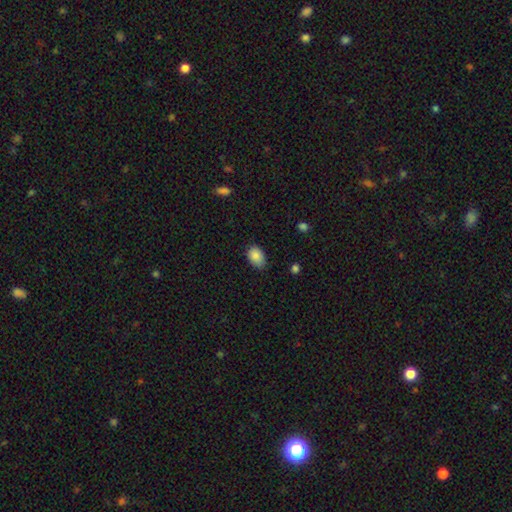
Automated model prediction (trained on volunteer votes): Morphology: type=smooth (86%); roundness=in between (83%); merging=none (73%).